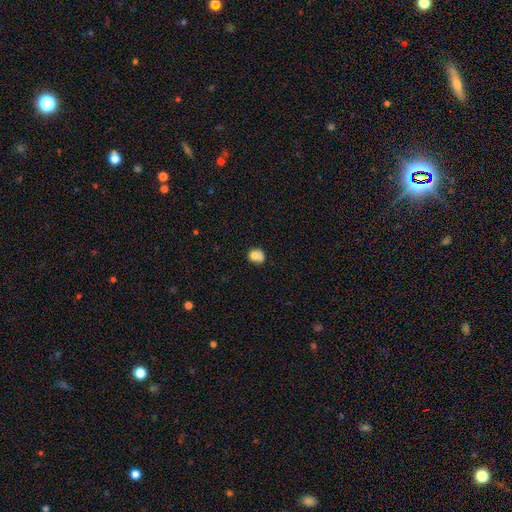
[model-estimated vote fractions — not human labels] Morphology: type=smooth (75%); roundness=round (72%); merging=none (48%).